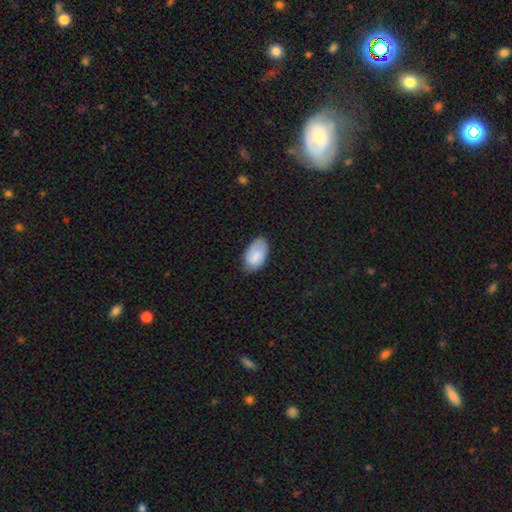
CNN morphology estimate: smooth 78%, featured or disk 15%, star or artifact 6%. Down the decision tree: how rounded — in between (94%); merging — none (71%).